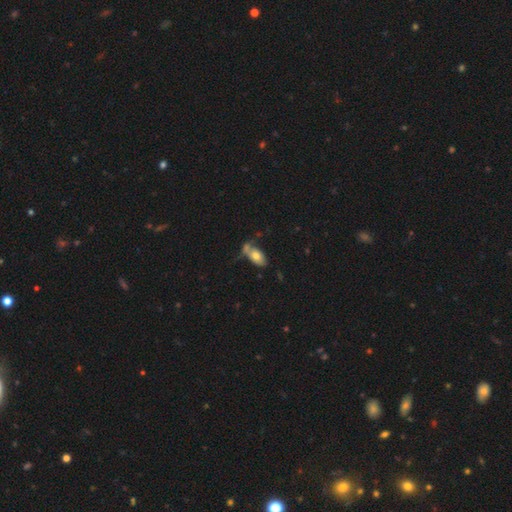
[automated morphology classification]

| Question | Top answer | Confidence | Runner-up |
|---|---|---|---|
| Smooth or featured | smooth | 69% | featured or disk (24%) |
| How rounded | in between | 90% | round (5%) |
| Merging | none | 39% | merger (30%) |